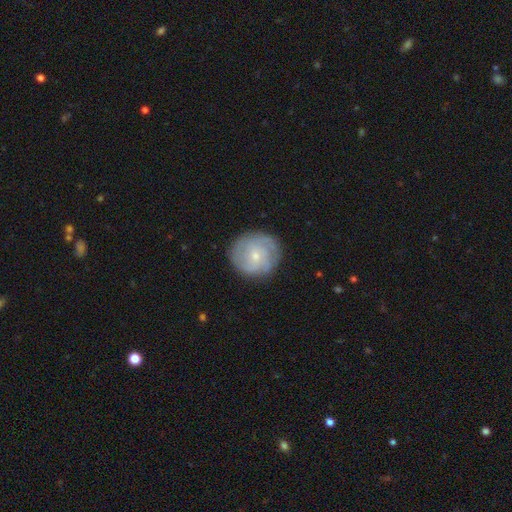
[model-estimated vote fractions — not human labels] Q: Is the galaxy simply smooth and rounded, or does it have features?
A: featured or disk — 57%.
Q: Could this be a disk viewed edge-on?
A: no — 98%.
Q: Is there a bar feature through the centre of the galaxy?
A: no — 74%.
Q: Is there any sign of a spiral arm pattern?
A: yes — 81%.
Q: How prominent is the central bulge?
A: small — 69%.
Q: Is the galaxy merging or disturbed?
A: none — 81%.